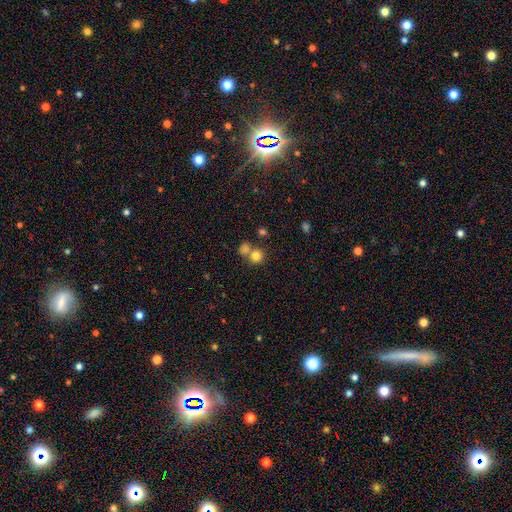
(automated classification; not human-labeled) A smooth galaxy with no disk features (80%) that is round (89%).

Vote fractions:
- Smooth or featured? smooth: 80% / star or artifact: 13% / featured or disk: 8%
- How rounded? round: 89% / in between: 10% / cigar-shaped: 1%
- Merging? none: 55% / merger: 35% / minor disturbance: 7% / major disturbance: 3%